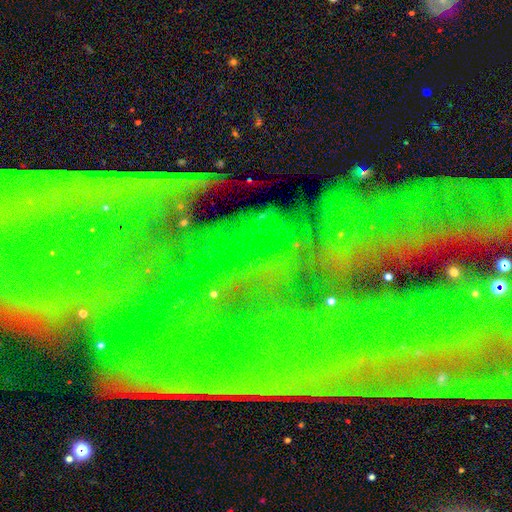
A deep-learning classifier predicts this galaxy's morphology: This is clearly a star or artifact rather than a galaxy (80%).